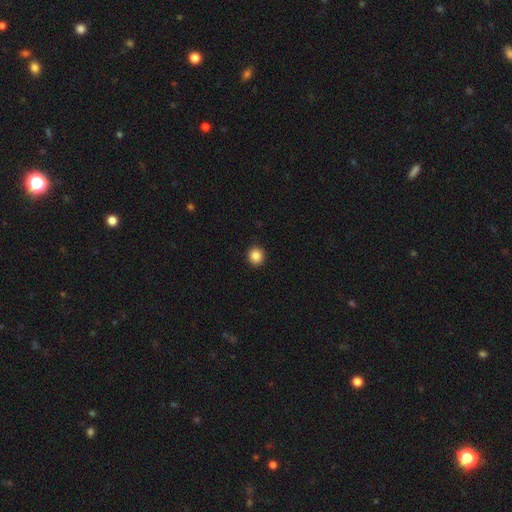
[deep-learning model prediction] A smooth galaxy with no disk features (86%) that is round (91%).

Vote fractions:
- Smooth or featured? smooth: 86% / star or artifact: 10% / featured or disk: 4%
- How rounded? round: 91% / in between: 8% / cigar-shaped: 1%
- Merging? none: 93% / minor disturbance: 5% / major disturbance: 2% / merger: 1%